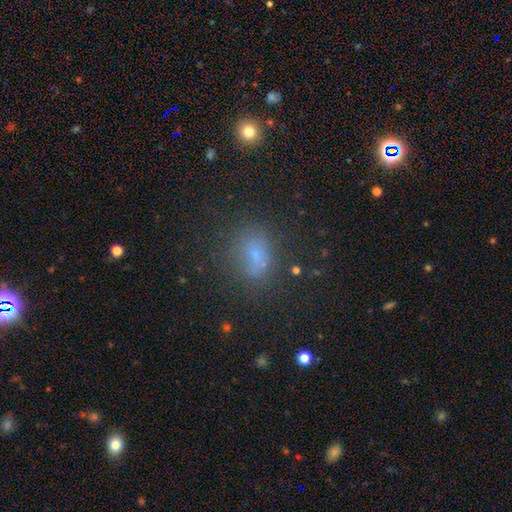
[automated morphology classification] This appears to be a smooth galaxy with no disk features (63%) that is in between round and cigar-shaped (67%). Merging: none (63%).